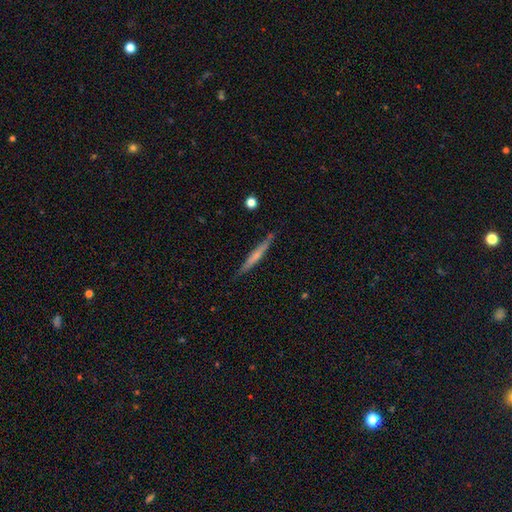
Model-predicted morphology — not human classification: Smooth or featured?
  - smooth: 49% *
  - featured or disk: 46%
  - star or artifact: 6%
Merging?
  - none: 87% *
  - minor disturbance: 10%
  - major disturbance: 2%
  - merger: 2%